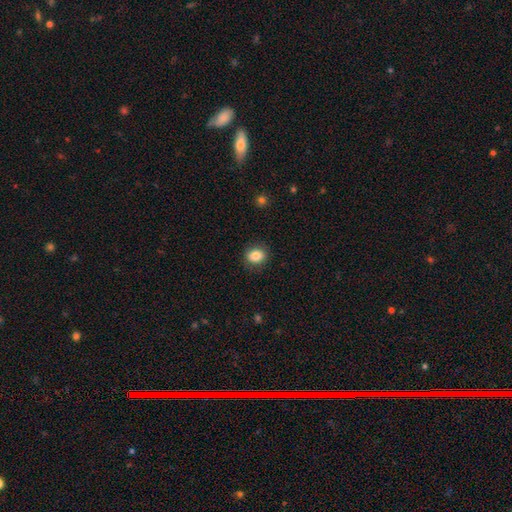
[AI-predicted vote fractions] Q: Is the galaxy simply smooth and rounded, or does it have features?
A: smooth — 83%.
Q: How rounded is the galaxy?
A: round — 62%.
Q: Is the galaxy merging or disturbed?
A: none — 85%.